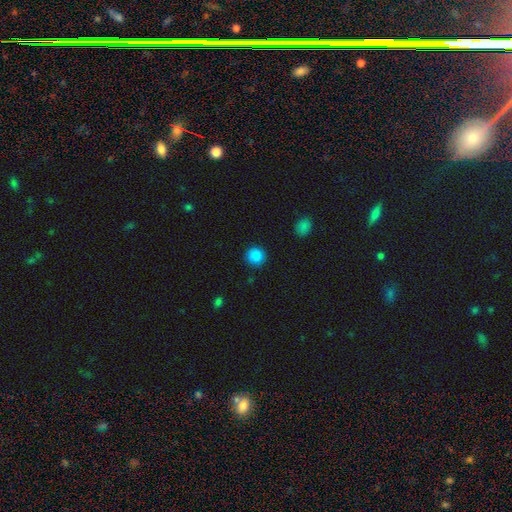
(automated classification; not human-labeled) Overall: smooth (87%). How rounded: round (94%). Merging: none (91%).